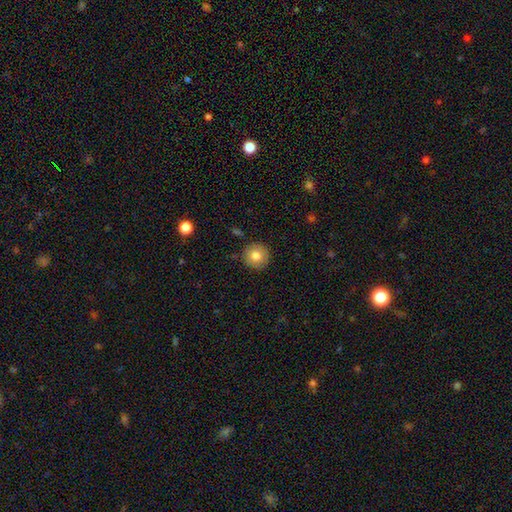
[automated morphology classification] Q: Smooth or featured?
A: smooth (80%); runner-up: featured or disk (11%)
Q: How rounded?
A: round (95%); runner-up: in between (4%)
Q: Merging?
A: none (89%); runner-up: minor disturbance (7%)